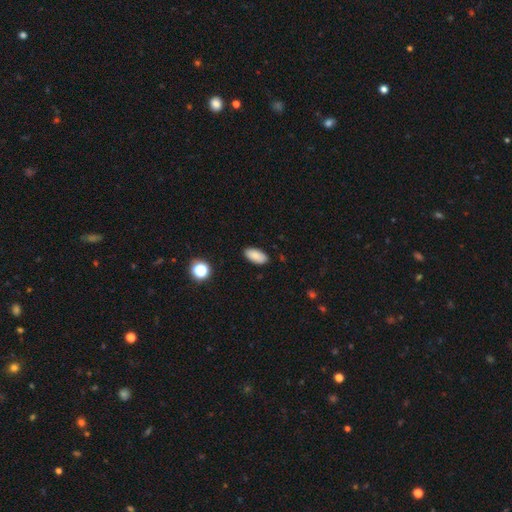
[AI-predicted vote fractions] Smooth or featured: smooth — 86% (star or artifact — 8%)
How rounded: in between — 92% (cigar-shaped — 5%)
Merging: none — 88% (minor disturbance — 8%)